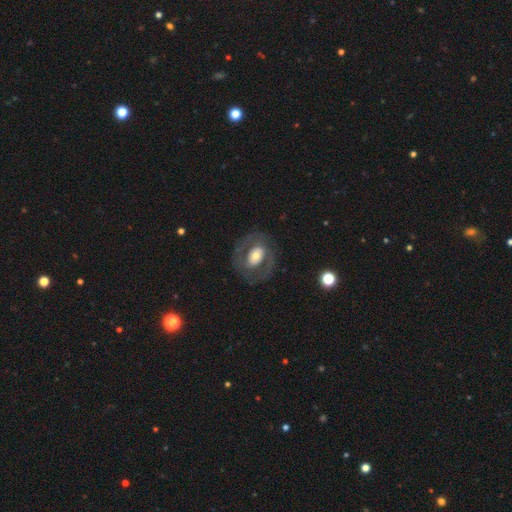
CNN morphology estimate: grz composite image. It shows a featured or disk galaxy (63%) with no bar (57%), no spiral arms (50%, tied with yes) and a moderate central bulge (54%). Merging: none (75%).